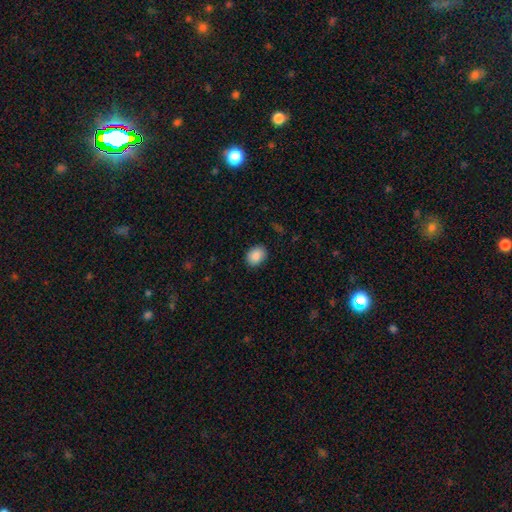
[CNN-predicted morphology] Q: Smooth or featured?
A: smooth (88%); runner-up: star or artifact (8%)
Q: How rounded?
A: in between (54%); runner-up: round (45%)
Q: Merging?
A: none (87%); runner-up: minor disturbance (10%)